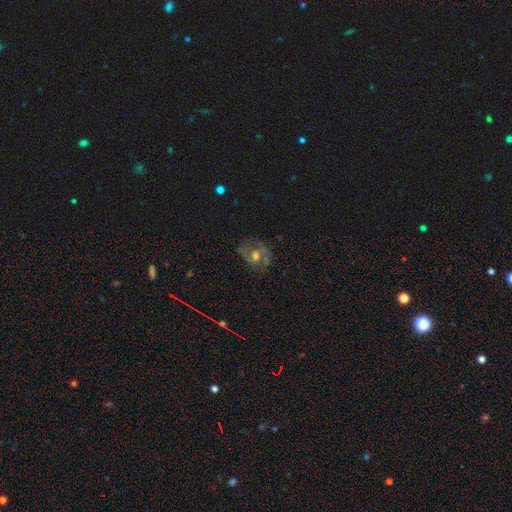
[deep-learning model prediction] A featured or disk galaxy (55%) with no bar (65%), spiral arms (57%) and a moderate central bulge (63%).

Vote fractions:
- Smooth or featured? featured or disk: 55% / smooth: 28% / star or artifact: 17%
- Edge-on disk? no: 95% / yes: 5%
- Bar? no: 65% / weak: 28% / strong: 7%
- Spiral arms? yes: 57% / no: 43%
- Bulge size? moderate: 63% / small: 16% / large: 15% / none: 4% / dominant: 2%
- Merging? none: 61% / minor disturbance: 20% / major disturbance: 17% / merger: 3%